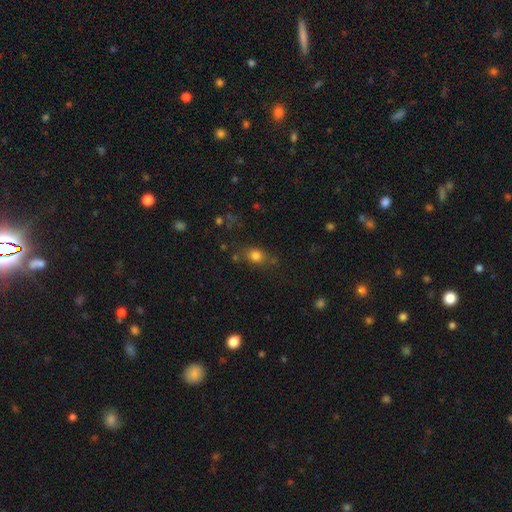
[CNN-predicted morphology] Smooth or featured? Predicted: smooth (p=0.78). How rounded? Predicted: round (p=0.49). Merging? Predicted: none (p=0.69).